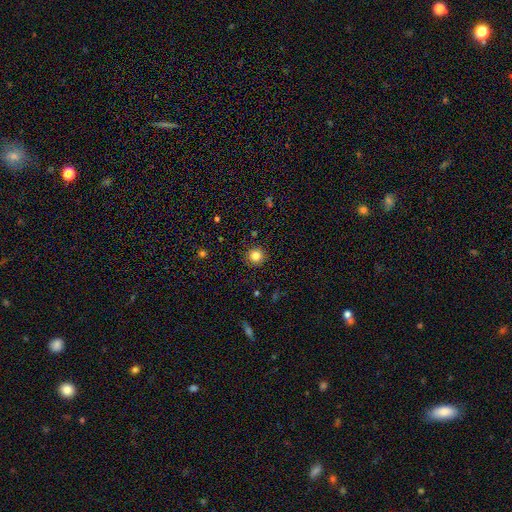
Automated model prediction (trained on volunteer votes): Overall: smooth (83%). How rounded: round (93%). Merging: none (91%).